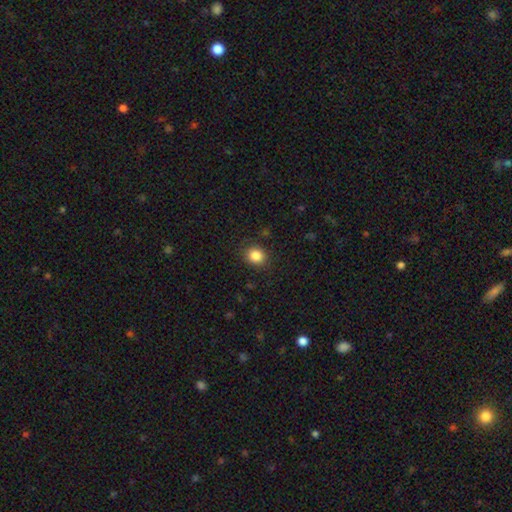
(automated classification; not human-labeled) This is clearly a smooth galaxy (85%). How rounded: likely round (74%). Merging: clearly none (87%).